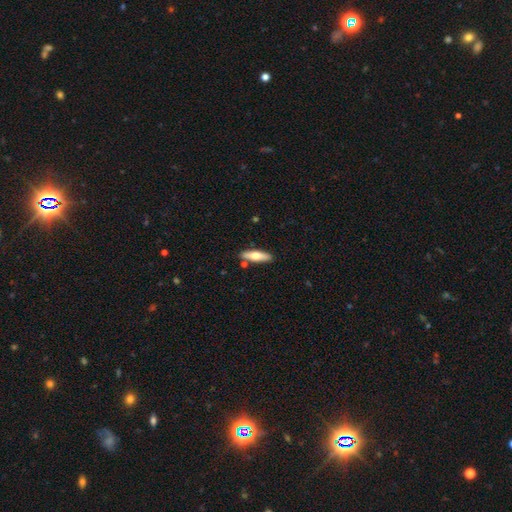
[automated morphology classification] Smooth or featured? Predicted: smooth (p=0.58). How rounded? Predicted: cigar-shaped (p=0.63). Merging? Predicted: none (p=0.84).